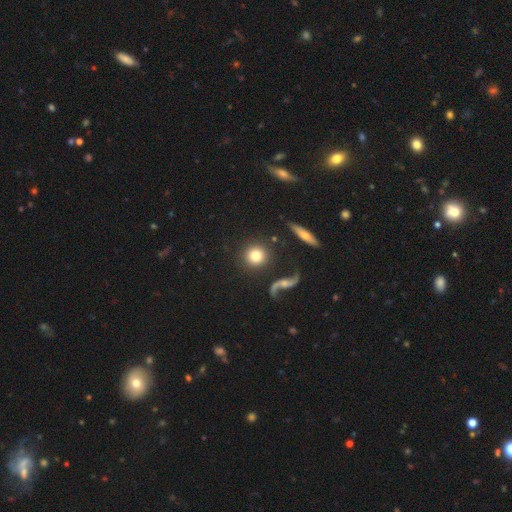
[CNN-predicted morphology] The model was most divided on "smooth or featured": smooth: 76%, featured or disk: 15%, star or artifact: 9%. More confident: how rounded — round (93%); merging — none (84%).